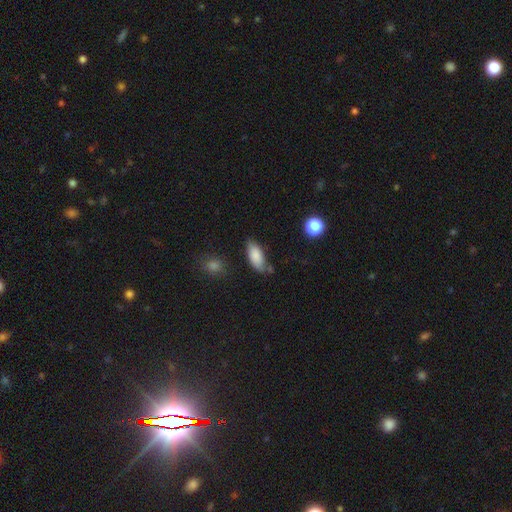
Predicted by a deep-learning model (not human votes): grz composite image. It shows a smooth galaxy with no disk features (84%) that is in between round and cigar-shaped (88%). Merging: none (66%).